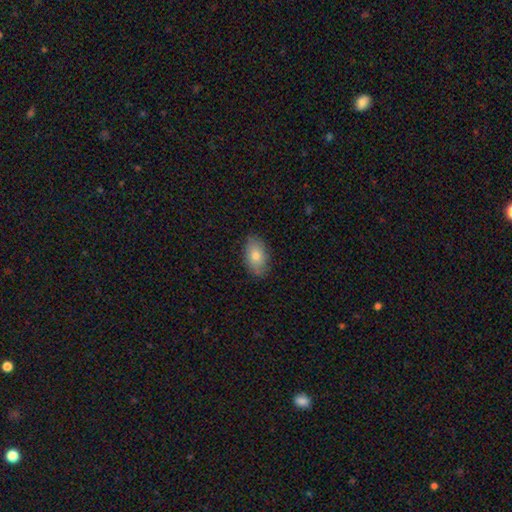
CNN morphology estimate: Smooth or featured? Predicted: smooth (p=0.78). How rounded? Predicted: in between (p=0.91). Merging? Predicted: none (p=0.84).